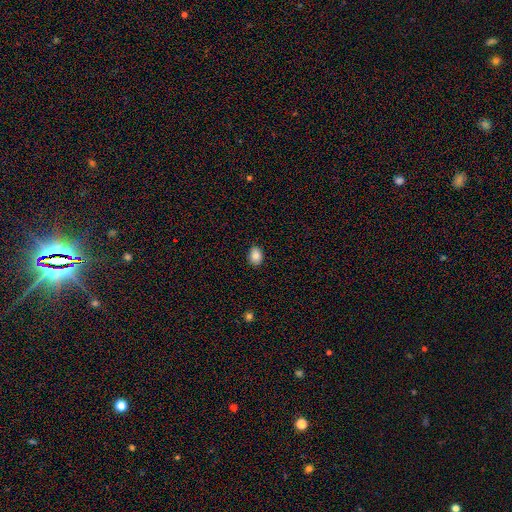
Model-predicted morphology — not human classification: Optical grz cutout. It shows a smooth galaxy with no disk features (85%) that is in between round and cigar-shaped (64%). Merging: none (86%).